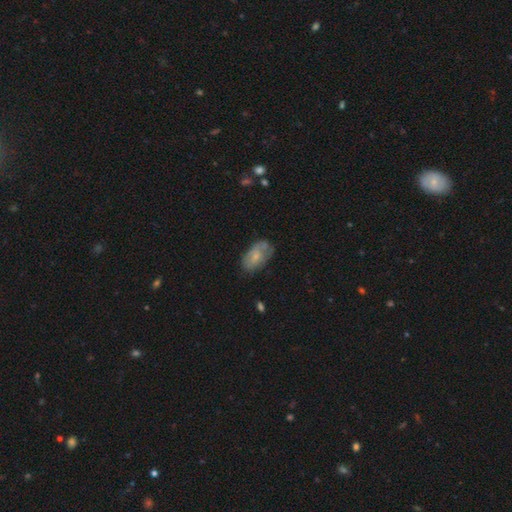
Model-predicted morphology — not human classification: Smooth or featured: smooth — 60% (featured or disk — 32%)
How rounded: in between — 92% (round — 5%)
Merging: none — 57% (minor disturbance — 29%)